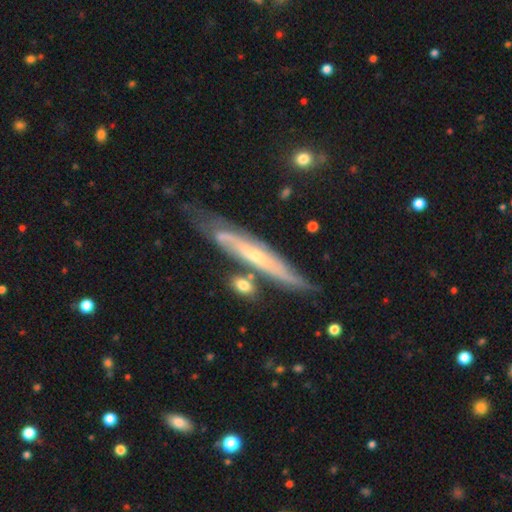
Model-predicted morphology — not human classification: This is likely a featured or disk galaxy (75%). It is possibly viewed edge-on (58%). Merging: likely none (62%).